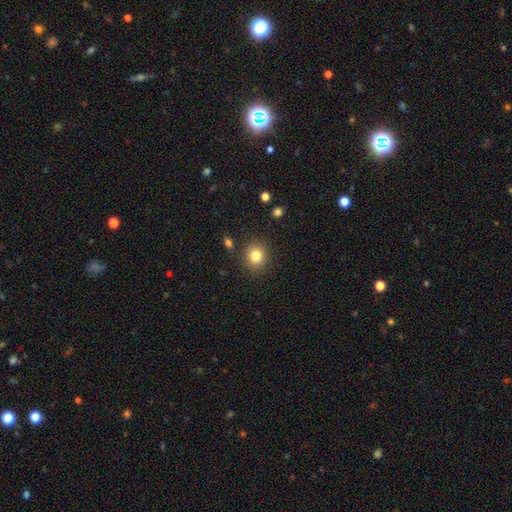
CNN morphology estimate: Smooth or featured? Predicted: smooth (p=0.82). How rounded? Predicted: round (p=0.79). Merging? Predicted: none (p=0.87).